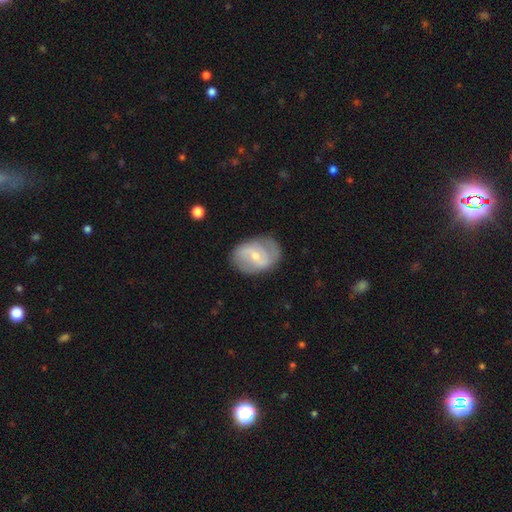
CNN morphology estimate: This appears to be a featured or disk galaxy (62%) with a weak bar (50%), spiral arms (75%) and a small central bulge (56%). Merging: none (74%).